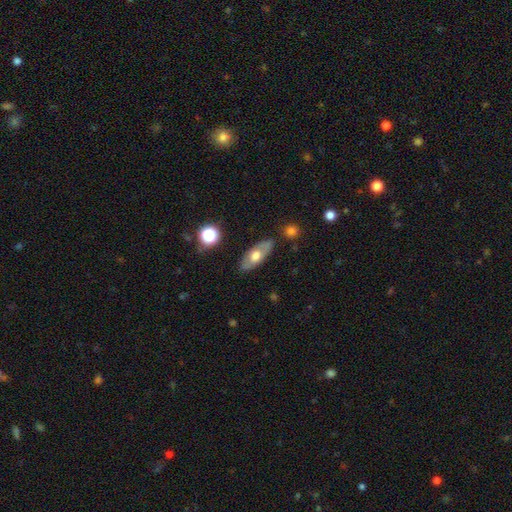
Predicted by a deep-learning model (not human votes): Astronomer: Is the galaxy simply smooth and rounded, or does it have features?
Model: smooth — 53% (runner-up: featured or disk, 41%).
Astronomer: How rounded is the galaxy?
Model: in between — 80%.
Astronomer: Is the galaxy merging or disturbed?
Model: none — 82%.